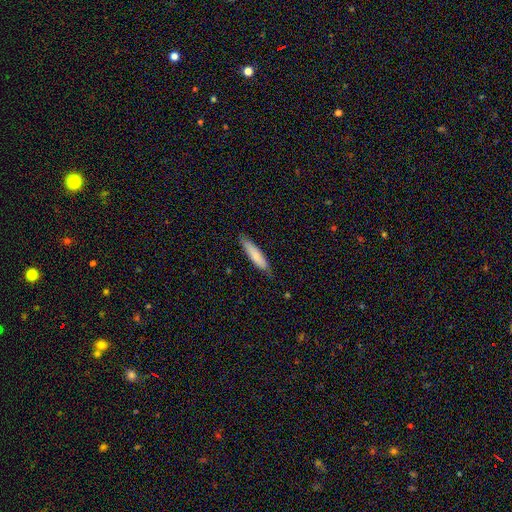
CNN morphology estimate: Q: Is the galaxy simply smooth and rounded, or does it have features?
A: smooth — 76%.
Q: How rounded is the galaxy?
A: cigar-shaped — 80%.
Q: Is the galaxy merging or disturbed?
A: none — 79%.